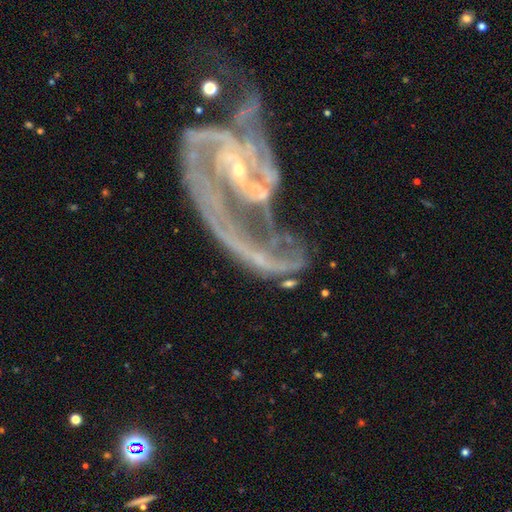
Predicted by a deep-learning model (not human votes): Smooth or featured?
  - featured or disk: 87% *
  - star or artifact: 7%
  - smooth: 5%
Edge-on disk?
  - no: 97% *
  - yes: 3%
Bar?
  - no: 53% *
  - weak: 30%
  - strong: 17%
Spiral arms?
  - yes: 91% *
  - no: 9%
Spiral winding?
  - medium: 40% *
  - loose: 38%
  - tight: 23%
Spiral arm count?
  - 2: 50% *
  - can't tell: 15%
  - 1: 12%
  - 3: 11%
  - 4: 6%
  - more than 4: 6%
Bulge size?
  - small: 82% *
  - moderate: 9%
  - none: 6%
  - large: 1%
  - dominant: 1%
Merging?
  - major disturbance: 37% *
  - merger: 28%
  - none: 21%
  - minor disturbance: 13%